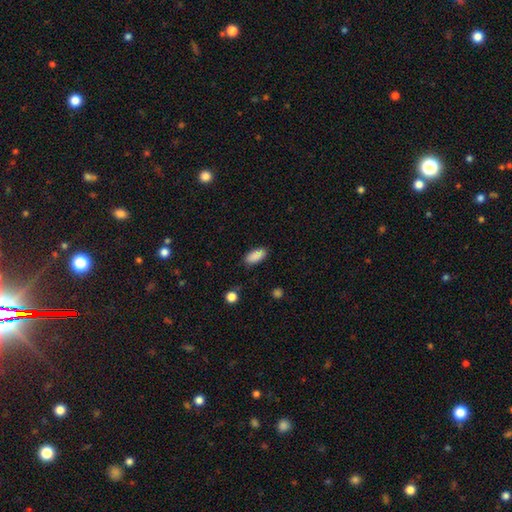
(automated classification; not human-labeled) Smooth or featured? Predicted: smooth (p=0.89). How rounded? Predicted: in between (p=0.88). Merging? Predicted: none (p=0.86).